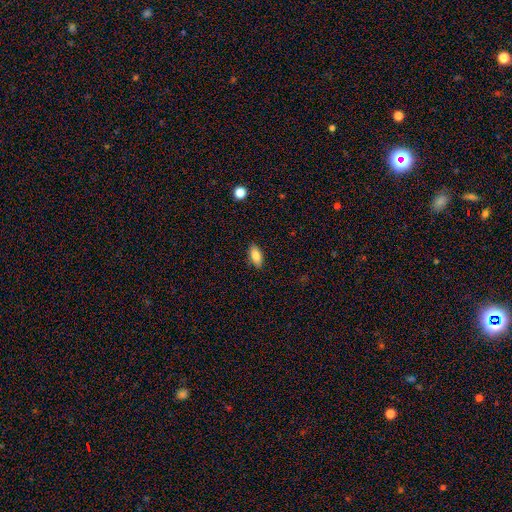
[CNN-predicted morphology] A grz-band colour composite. It shows a smooth galaxy with no disk features (84%) that is in between round and cigar-shaped (90%). Merging: none (87%).